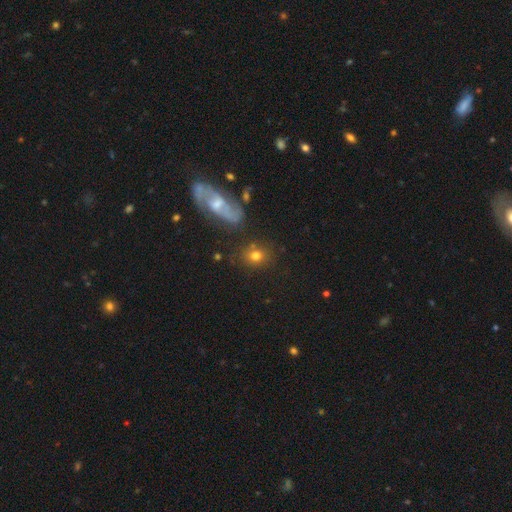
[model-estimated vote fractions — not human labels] Overall: smooth (73%). How rounded: round (62%; in between 36%). Merging: none (71%).